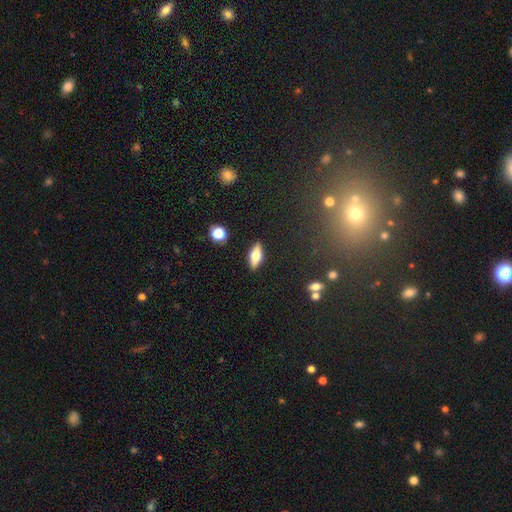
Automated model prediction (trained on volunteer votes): Q: Smooth or featured?
A: smooth (56%); runner-up: featured or disk (37%)
Q: How rounded?
A: in between (69%); runner-up: cigar-shaped (27%)
Q: Merging?
A: none (88%); runner-up: minor disturbance (8%)